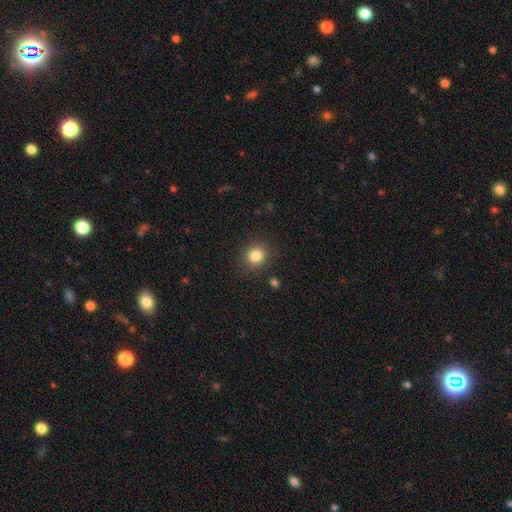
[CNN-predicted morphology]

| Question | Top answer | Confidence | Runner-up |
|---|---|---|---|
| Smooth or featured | smooth | 83% | star or artifact (11%) |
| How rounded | round | 84% | in between (15%) |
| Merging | none | 88% | minor disturbance (8%) |